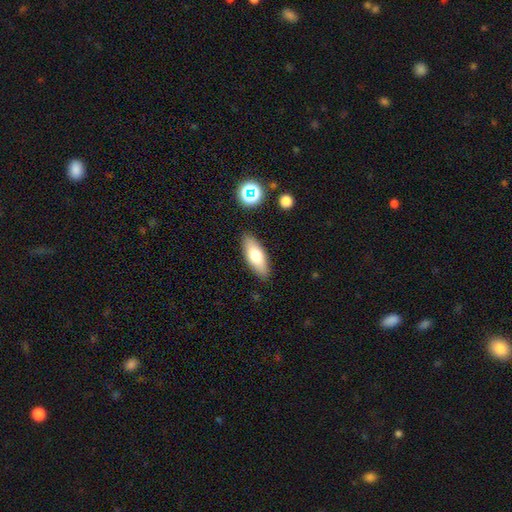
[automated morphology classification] A smooth galaxy with no disk features (69%) that is in between round and cigar-shaped (70%).

Vote fractions:
- Smooth or featured? smooth: 69% / featured or disk: 24% / star or artifact: 7%
- How rounded? in between: 70% / cigar-shaped: 27% / round: 3%
- Merging? none: 88% / minor disturbance: 9% / major disturbance: 2% / merger: 2%